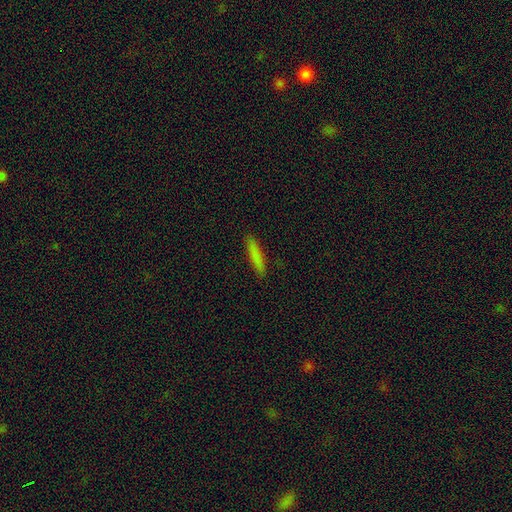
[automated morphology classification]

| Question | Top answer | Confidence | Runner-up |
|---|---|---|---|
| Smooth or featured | smooth | 82% | featured or disk (11%) |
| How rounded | cigar-shaped | 89% | in between (9%) |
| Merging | none | 89% | minor disturbance (8%) |